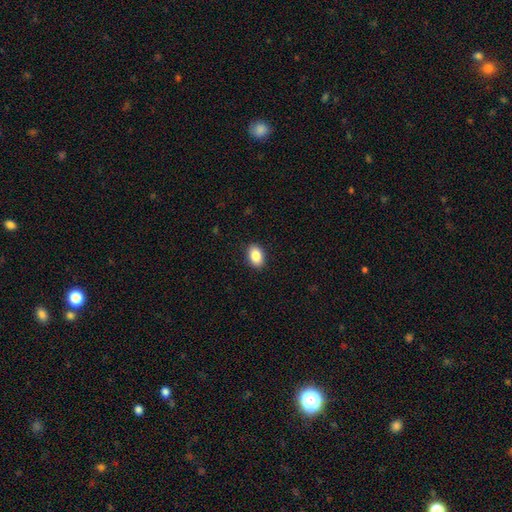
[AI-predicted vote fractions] smooth-or-featured: smooth: 87% | star or artifact: 8% | featured or disk: 5%
  how-rounded: in between: 86% | round: 13% | cigar-shaped: 1%
  merging: none: 90% | minor disturbance: 7% | major disturbance: 2% | merger: 1%